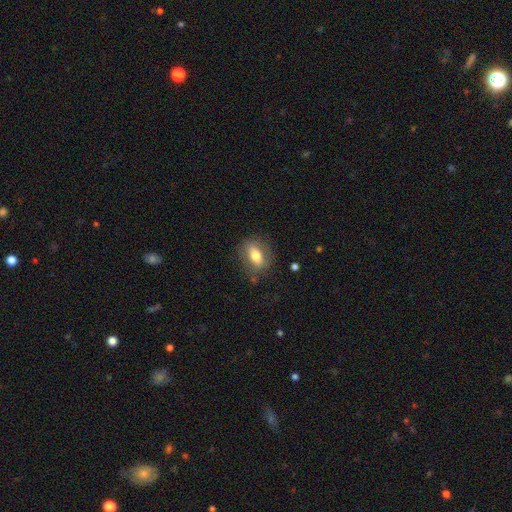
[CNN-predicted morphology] smooth-or-featured: smooth: 68% | featured or disk: 24% | star or artifact: 8%
  how-rounded: in between: 76% | round: 18% | cigar-shaped: 6%
  merging: none: 80% | minor disturbance: 14% | major disturbance: 5% | merger: 2%